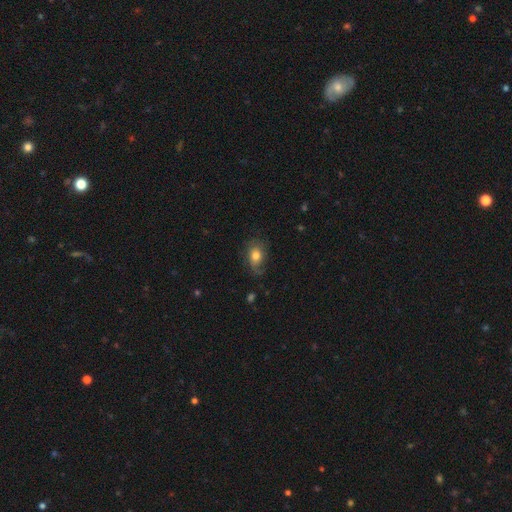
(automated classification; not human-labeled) smooth_or_featured: smooth (p=0.66) [alt: featured or disk p=0.24]
how_rounded: in between (p=0.70) [alt: round p=0.28]
merging: none (p=0.61) [alt: minor disturbance p=0.25]